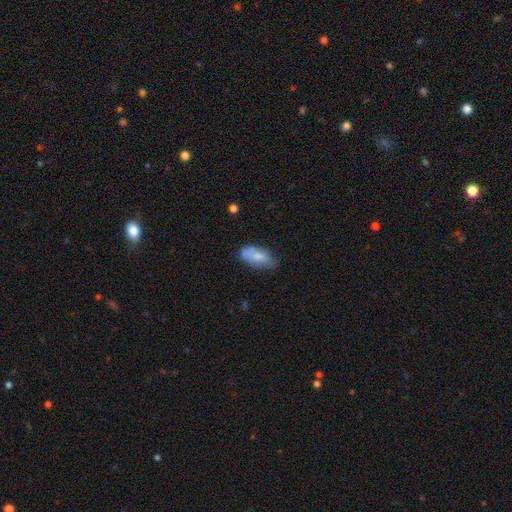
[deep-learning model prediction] The model was most divided on "merging": none: 59%, minor disturbance: 29%, major disturbance: 8%, merger: 3%. More confident: how rounded — in between (89%); smooth or featured — smooth (73%).